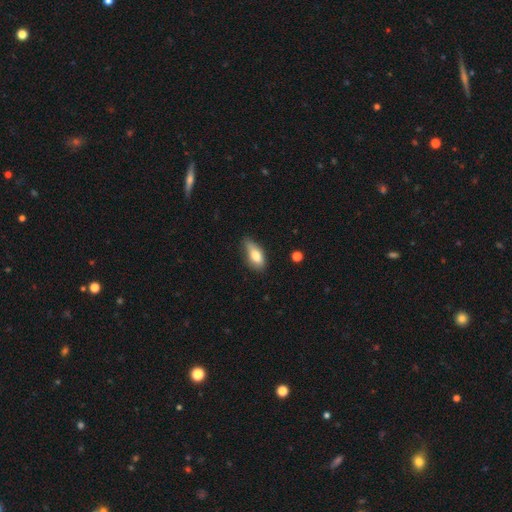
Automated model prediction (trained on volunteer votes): A smooth galaxy with no disk features (77%) that is in between round and cigar-shaped (82%). Merging: none (50%).